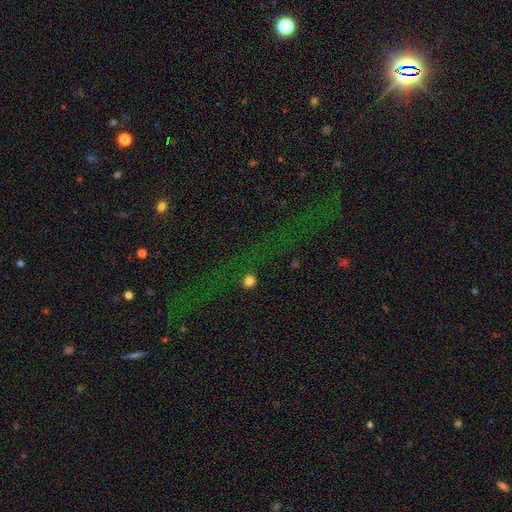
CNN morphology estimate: Smooth or featured? Predicted: star or artifact (p=0.72).